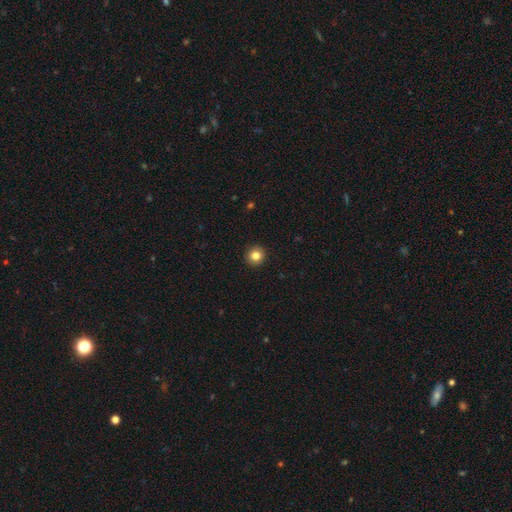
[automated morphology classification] type=smooth (82%); roundness=round (95%); merging=none (94%).